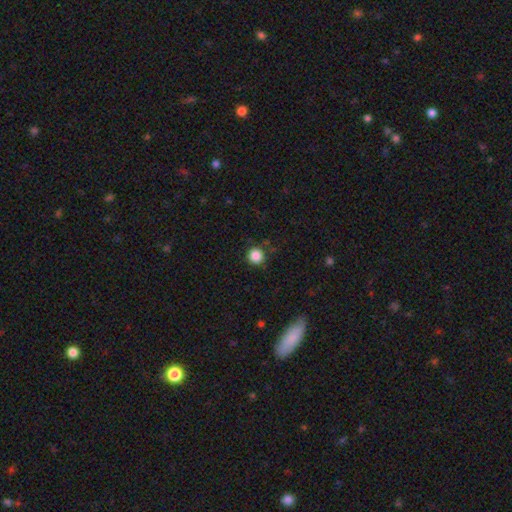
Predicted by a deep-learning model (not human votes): This appears to be a smooth galaxy with no disk features (86%) that is round (94%). Merging: none (87%).